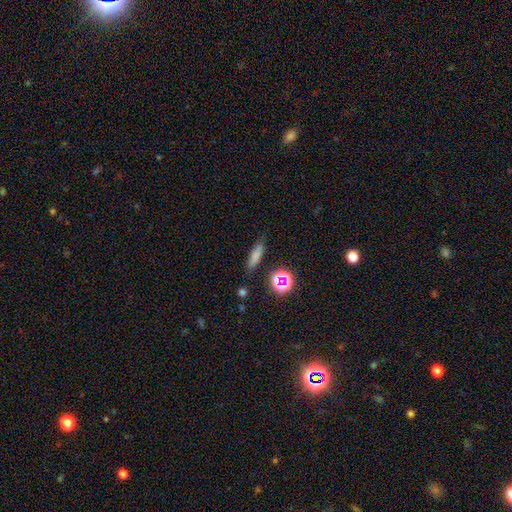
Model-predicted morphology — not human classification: Q: Smooth or featured?
A: smooth (75%); runner-up: star or artifact (14%)
Q: How rounded?
A: cigar-shaped (68%); runner-up: in between (27%)
Q: Merging?
A: none (84%); runner-up: minor disturbance (10%)